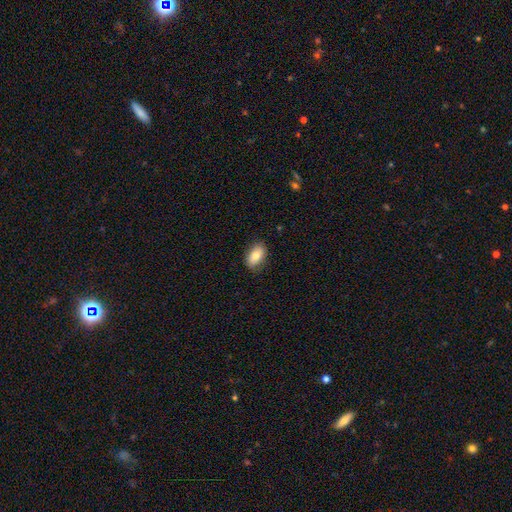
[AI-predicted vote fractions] smooth-or-featured: smooth: 80% | featured or disk: 13% | star or artifact: 7%
  how-rounded: in between: 90% | round: 8% | cigar-shaped: 3%
  merging: none: 83% | minor disturbance: 13% | major disturbance: 3% | merger: 1%